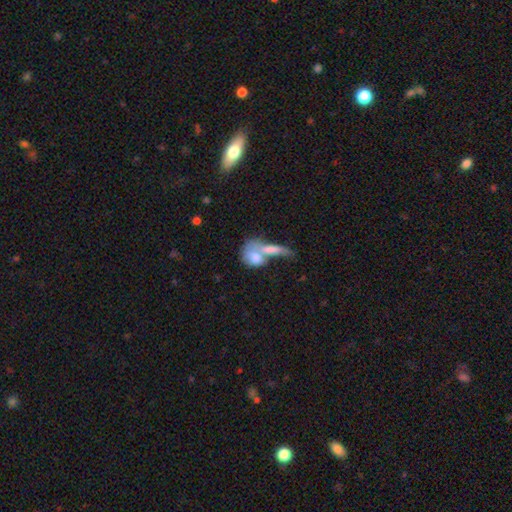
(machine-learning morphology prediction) Smooth or featured?
  - smooth: 69% *
  - featured or disk: 24%
  - star or artifact: 7%
How rounded?
  - in between: 51% *
  - round: 37%
  - cigar-shaped: 12%
Merging?
  - merger: 63% *
  - none: 19%
  - major disturbance: 10%
  - minor disturbance: 9%